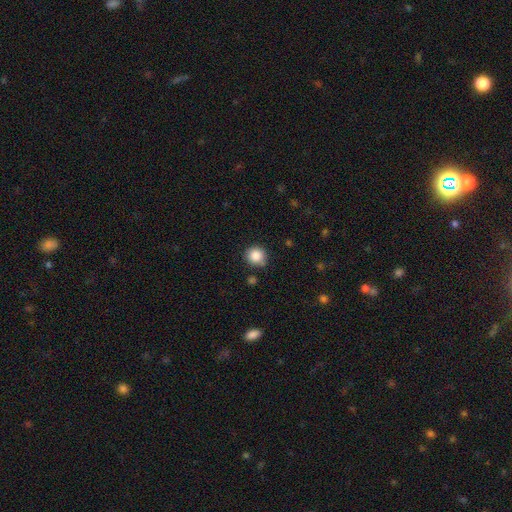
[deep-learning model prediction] smooth_or_featured: smooth (p=0.87) [alt: star or artifact p=0.10]
how_rounded: round (p=0.89) [alt: in between p=0.10]
merging: none (p=0.78) [alt: minor disturbance p=0.15]